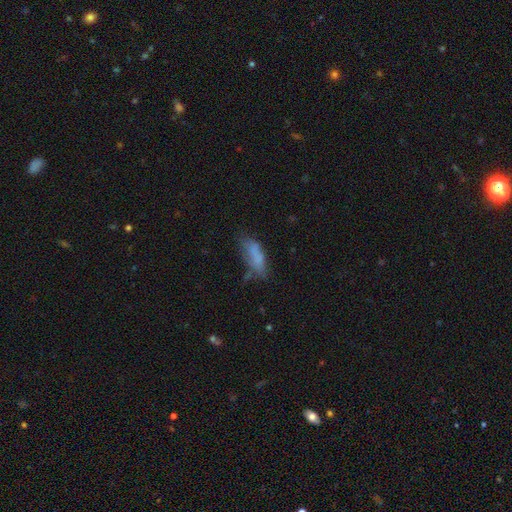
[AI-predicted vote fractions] Overall: smooth (69%). How rounded: in between (69%). Merging: none (41%; minor disturbance 30%).